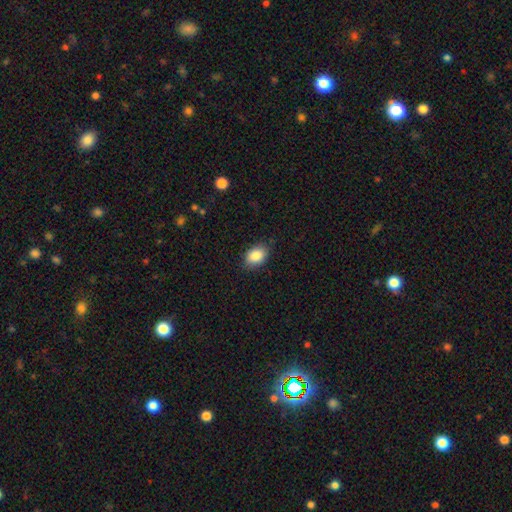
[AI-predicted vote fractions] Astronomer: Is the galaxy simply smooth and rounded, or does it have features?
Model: smooth — 87%.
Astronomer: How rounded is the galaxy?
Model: in between — 81%.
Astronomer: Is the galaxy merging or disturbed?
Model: none — 84%.